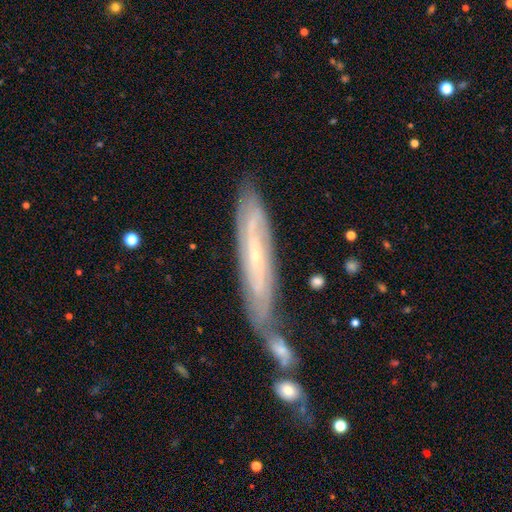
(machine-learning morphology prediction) This appears to be a featured or disk galaxy (71%). Merging: none (51%).